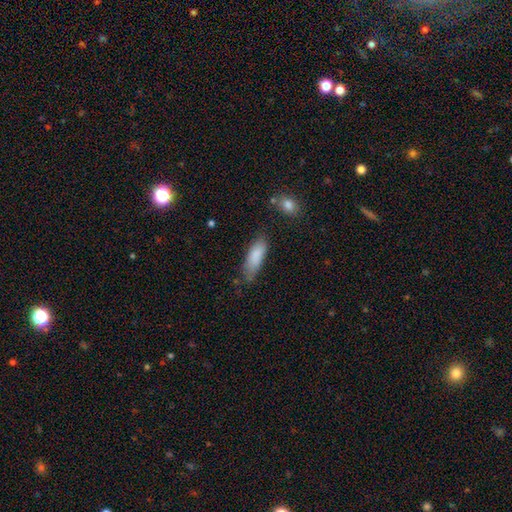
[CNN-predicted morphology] Overall: smooth (85%). How rounded: in between (60%; cigar-shaped 38%). Merging: none (61%; minor disturbance 29%).